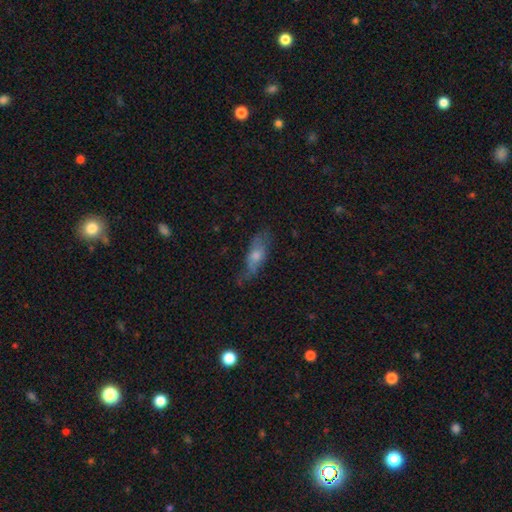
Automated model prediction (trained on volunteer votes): Smooth or featured: smooth — 49% (featured or disk — 41%)
Merging: none — 59% (minor disturbance — 28%)